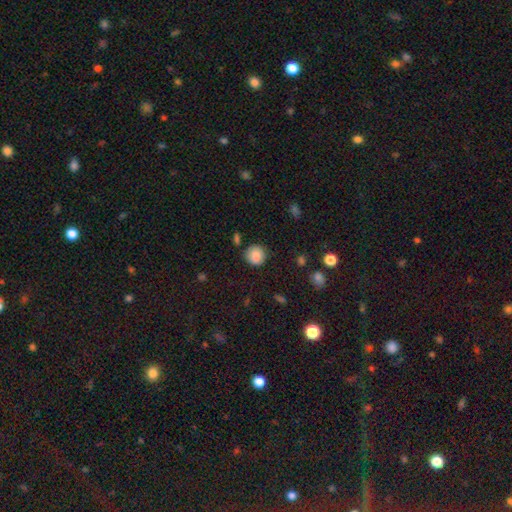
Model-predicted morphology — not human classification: Smooth or featured?
  - smooth: 85% *
  - star or artifact: 9%
  - featured or disk: 6%
How rounded?
  - round: 89% *
  - in between: 10%
  - cigar-shaped: 1%
Merging?
  - none: 83% *
  - minor disturbance: 11%
  - major disturbance: 3%
  - merger: 3%